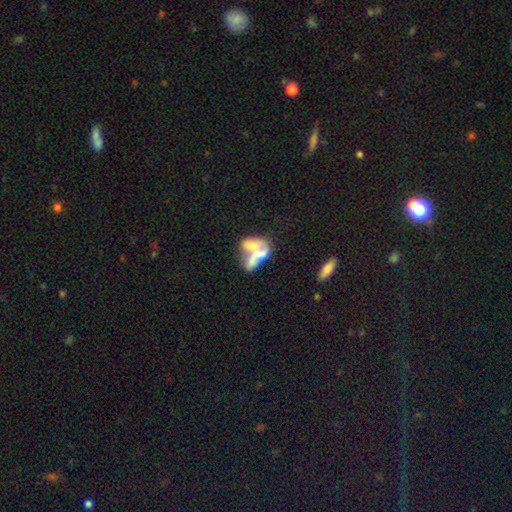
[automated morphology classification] This appears to be a featured or disk galaxy (51%). Merging: merger (67%).